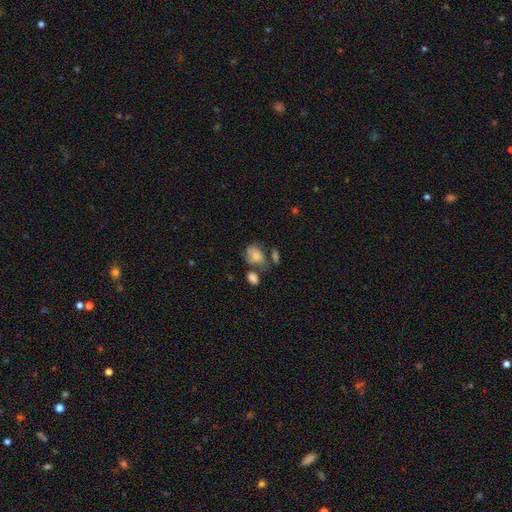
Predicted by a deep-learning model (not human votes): smooth 74%, featured or disk 17%, star or artifact 9%. Down the decision tree: how rounded — in between (67%); merging — none (36%).